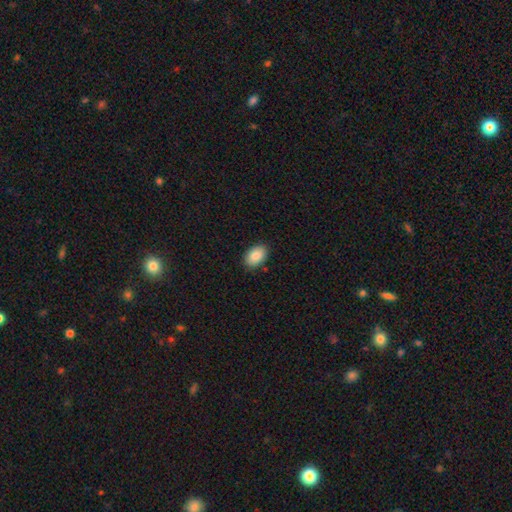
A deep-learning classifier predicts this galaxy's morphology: Smooth or featured?
  - smooth: 88% *
  - star or artifact: 7%
  - featured or disk: 5%
How rounded?
  - in between: 90% *
  - round: 9%
  - cigar-shaped: 1%
Merging?
  - none: 88% *
  - minor disturbance: 9%
  - major disturbance: 2%
  - merger: 1%